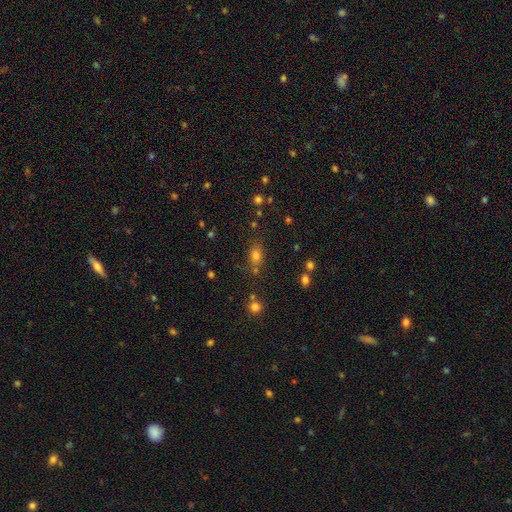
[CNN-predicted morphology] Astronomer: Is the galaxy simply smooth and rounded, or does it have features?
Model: smooth — 67%.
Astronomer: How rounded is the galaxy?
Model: in between — 61%.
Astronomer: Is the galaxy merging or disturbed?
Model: none — 72%.